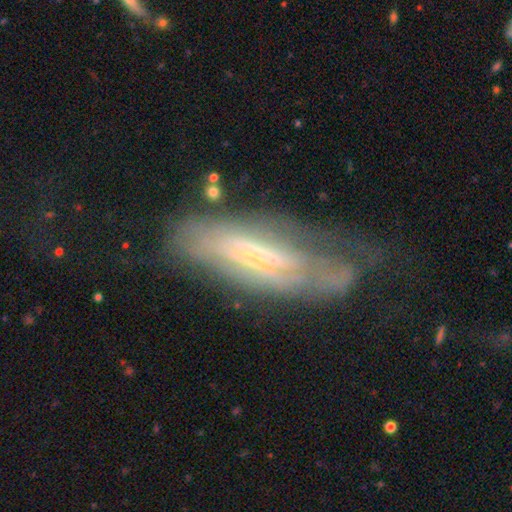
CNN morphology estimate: Smooth or featured? featured or disk (64%)
Edge-on disk? no (55%)
Merging? none (42%)